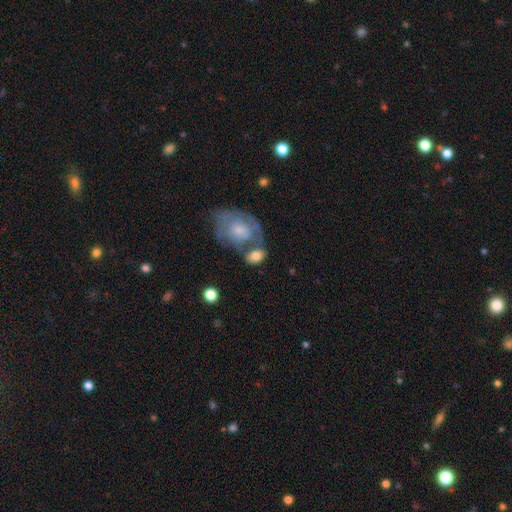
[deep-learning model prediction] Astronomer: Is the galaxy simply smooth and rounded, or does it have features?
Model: smooth — 72%.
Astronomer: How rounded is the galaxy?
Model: in between — 74%.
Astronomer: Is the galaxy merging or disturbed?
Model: none — 43% (runner-up: merger, 31%).